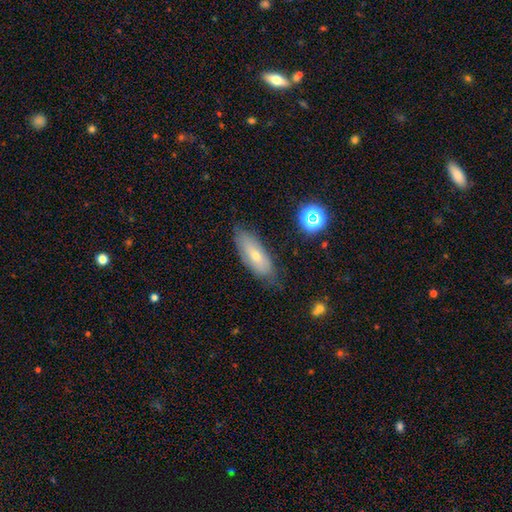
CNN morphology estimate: Smooth or featured: smooth — 52% (featured or disk — 38%)
How rounded: in between — 64% (cigar-shaped — 32%)
Merging: none — 75% (minor disturbance — 19%)